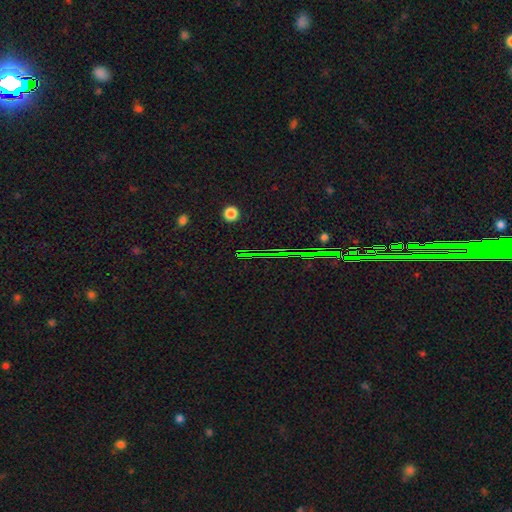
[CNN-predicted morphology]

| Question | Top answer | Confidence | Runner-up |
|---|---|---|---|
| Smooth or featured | star or artifact | 76% | smooth (15%) |